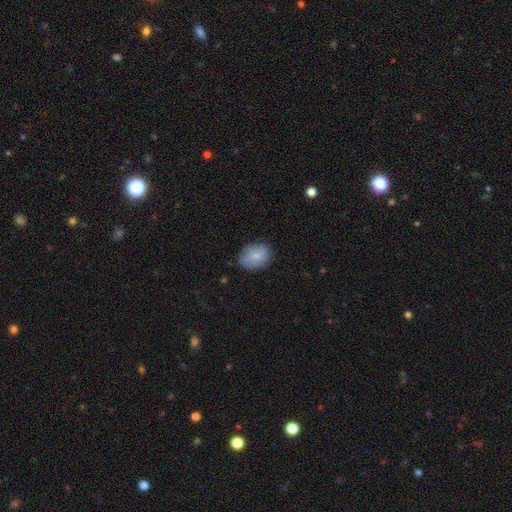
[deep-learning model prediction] A smooth galaxy with no disk features (83%) that is in between round and cigar-shaped (64%).

Vote fractions:
- Smooth or featured? smooth: 83% / featured or disk: 10% / star or artifact: 7%
- How rounded? in between: 64% / round: 35% / cigar-shaped: 1%
- Merging? none: 76% / minor disturbance: 19% / major disturbance: 4% / merger: 1%